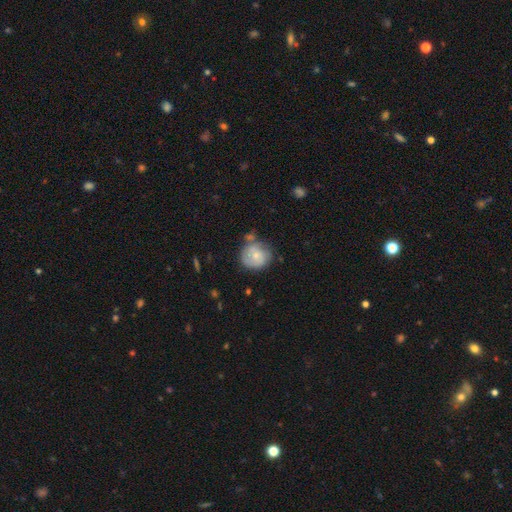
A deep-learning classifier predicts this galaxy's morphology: smooth 53%, featured or disk 40%, star or artifact 7%. Down the decision tree: how rounded — round (80%); merging — none (51%).